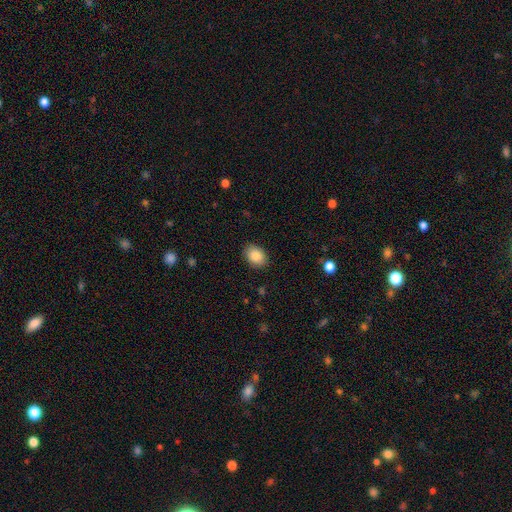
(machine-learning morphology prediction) Overall: smooth (88%). How rounded: in between (72%). Merging: none (87%).